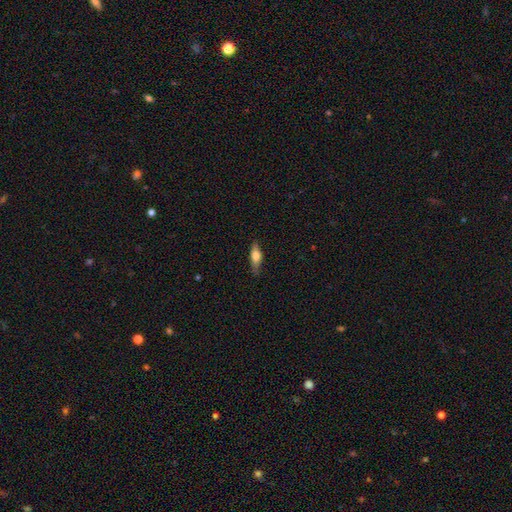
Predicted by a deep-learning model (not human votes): smooth-or-featured: smooth: 63% | featured or disk: 30% | star or artifact: 7%
  how-rounded: in between: 55% | cigar-shaped: 42% | round: 3%
  merging: none: 80% | minor disturbance: 16% | major disturbance: 3% | merger: 1%